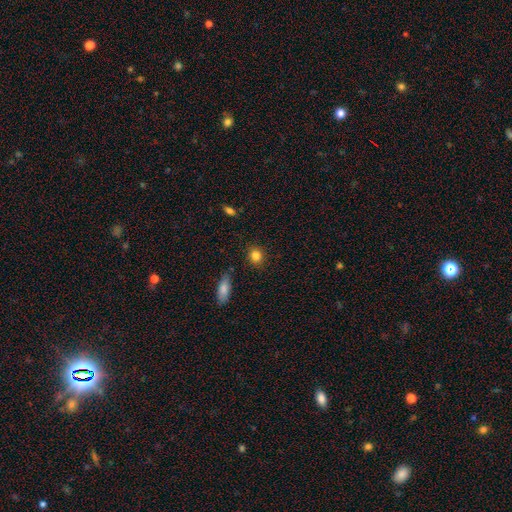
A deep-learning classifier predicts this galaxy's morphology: type=smooth (84%); roundness=round (76%); merging=none (87%).